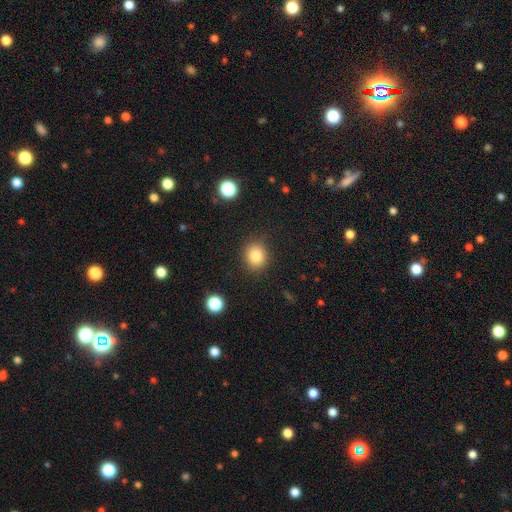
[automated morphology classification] This is clearly a smooth galaxy (83%). How rounded: likely round (76%). Merging: clearly none (87%).